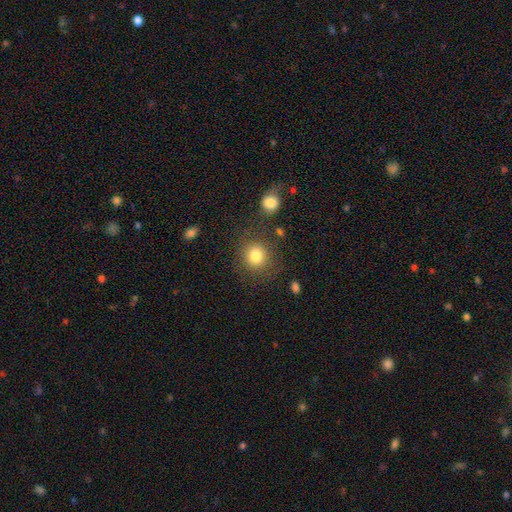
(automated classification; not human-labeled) Overall: smooth (83%). How rounded: round (84%). Merging: none (80%).